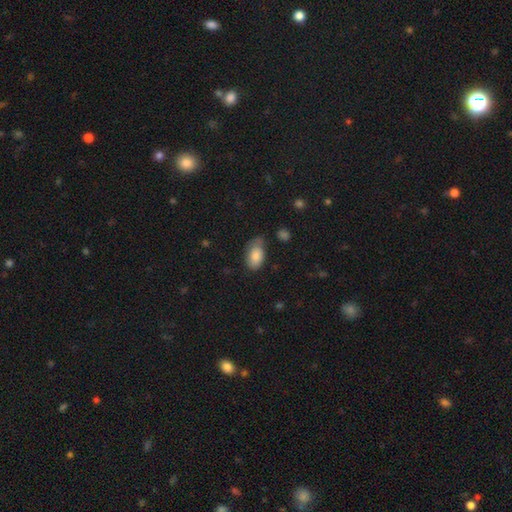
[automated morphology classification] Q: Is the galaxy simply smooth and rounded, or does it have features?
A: smooth — 83%.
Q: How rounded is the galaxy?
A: in between — 93%.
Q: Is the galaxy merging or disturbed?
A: none — 54%.